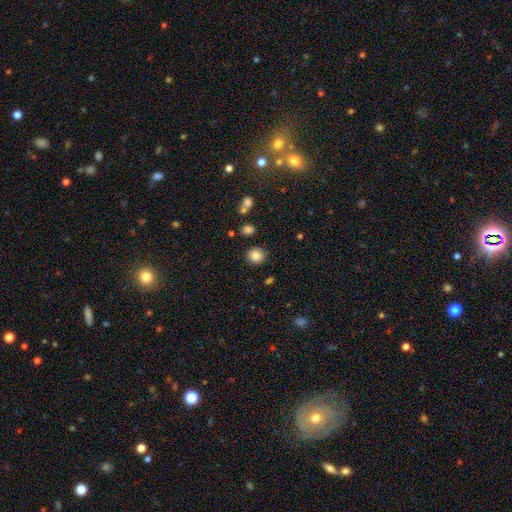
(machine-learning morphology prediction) Smooth or featured: smooth — 86% (star or artifact — 10%)
How rounded: round — 88% (in between — 11%)
Merging: none — 87% (minor disturbance — 7%)